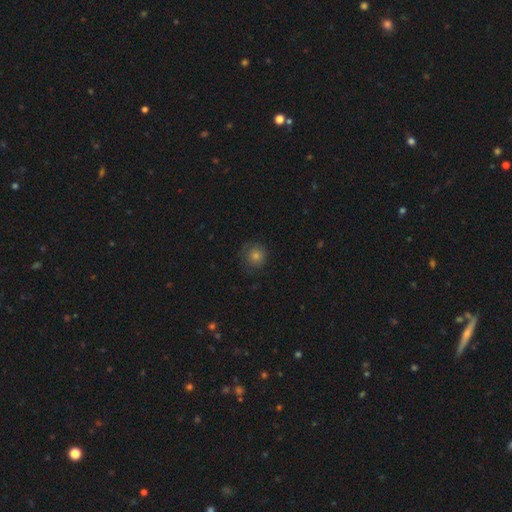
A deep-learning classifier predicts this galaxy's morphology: Overall: smooth (68%). How rounded: round (90%). Merging: none (79%).